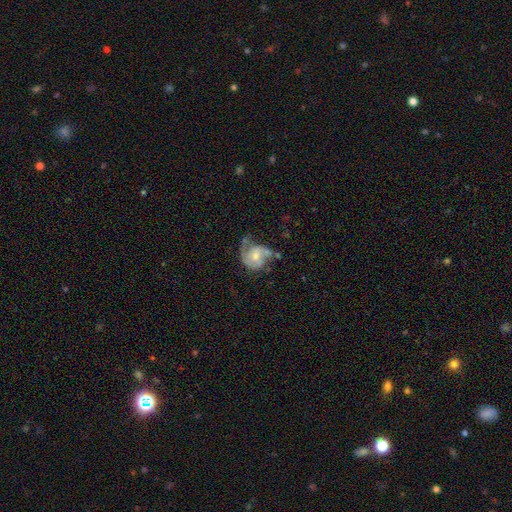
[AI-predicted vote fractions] Smooth or featured? featured or disk (71%)
Edge-on disk? no (98%)
Bar? no (60%)
Spiral arms? yes (89%)
Spiral winding? medium (46%)
Spiral arm count? 2 (65%)
Bulge size? moderate (50%)
Merging? none (39%)